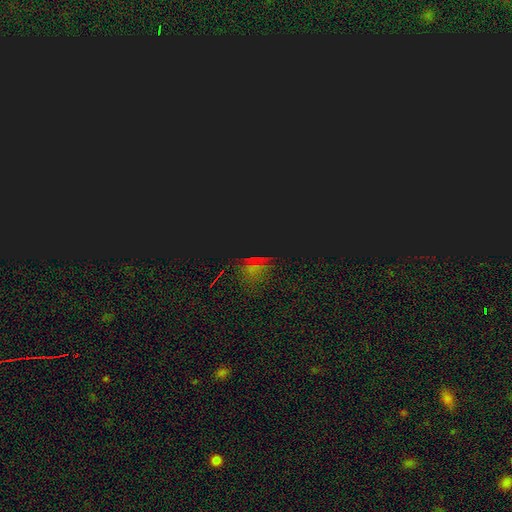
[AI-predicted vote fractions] Overall: star or artifact (76%).